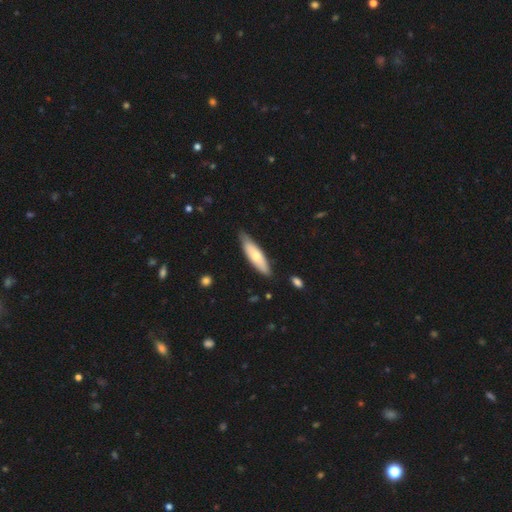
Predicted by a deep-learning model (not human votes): A smooth galaxy with no disk features (63%) that is cigar-shaped (59%). Merging: none (80%).